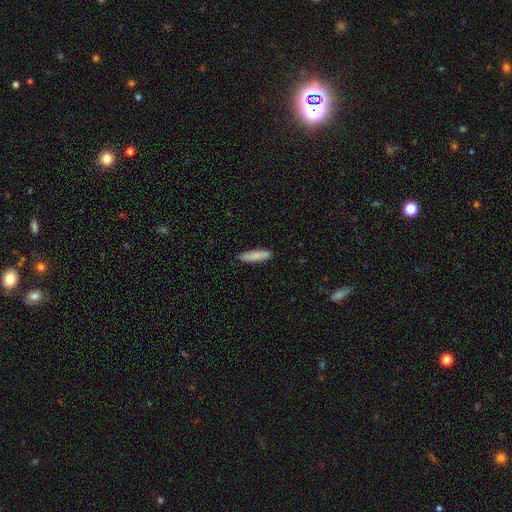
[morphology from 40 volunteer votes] type=smooth (82%); roundness=cigar-shaped (58%); merging=none (95%).